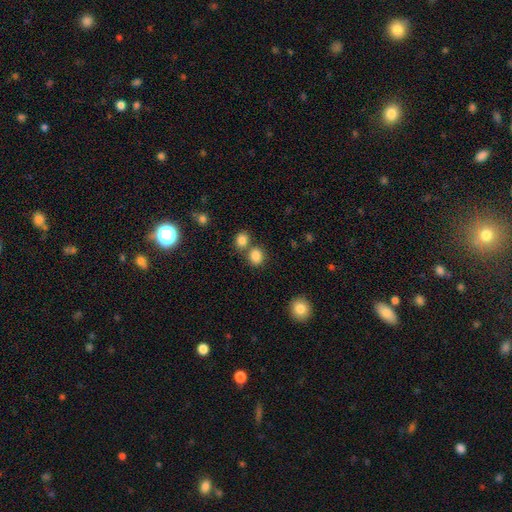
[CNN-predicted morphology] A smooth galaxy with no disk features (84%) that is round (74%). Merging: none (60%).